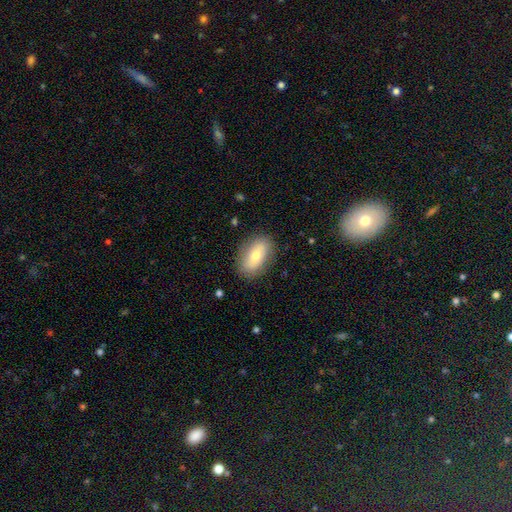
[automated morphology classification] Smooth or featured? smooth (69%)
How rounded? in between (90%)
Merging? none (85%)